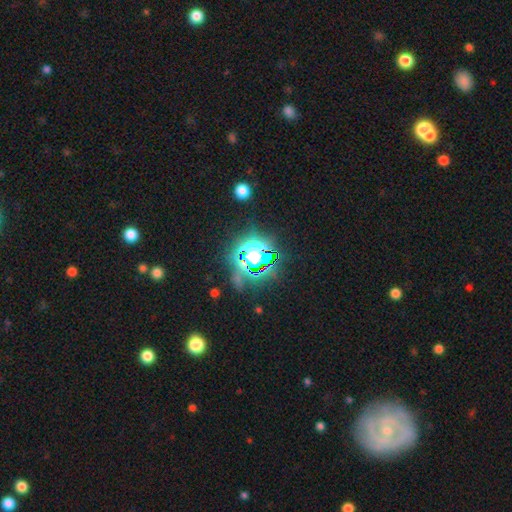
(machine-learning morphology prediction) This is clearly a star or artifact rather than a galaxy (80%).